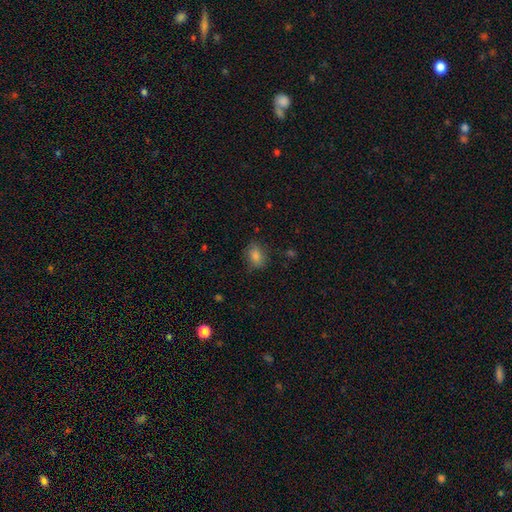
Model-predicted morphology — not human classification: This is clearly a smooth galaxy (80%). How rounded: likely in between (63%). Merging: likely none (79%).